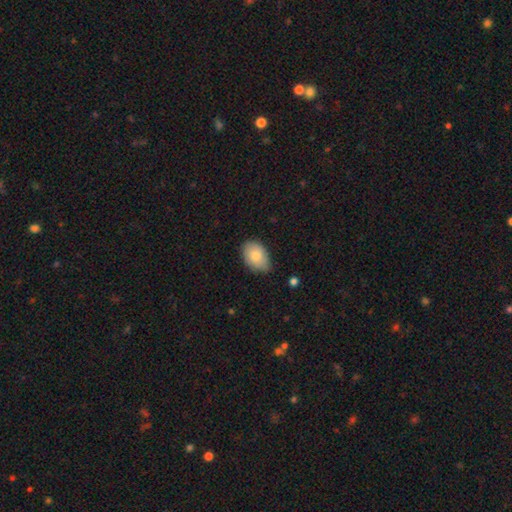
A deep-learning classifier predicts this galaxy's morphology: type=smooth (82%); roundness=in between (85%); merging=none (70%).